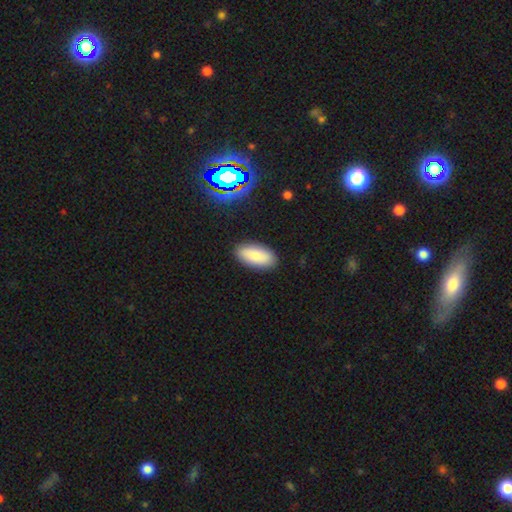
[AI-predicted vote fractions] Overall: smooth (81%). How rounded: in between (91%). Merging: none (88%).